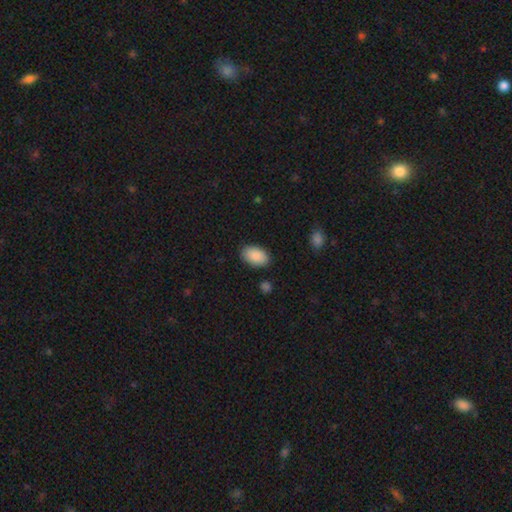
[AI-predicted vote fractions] Smooth or featured? smooth (89%)
How rounded? in between (91%)
Merging? none (86%)